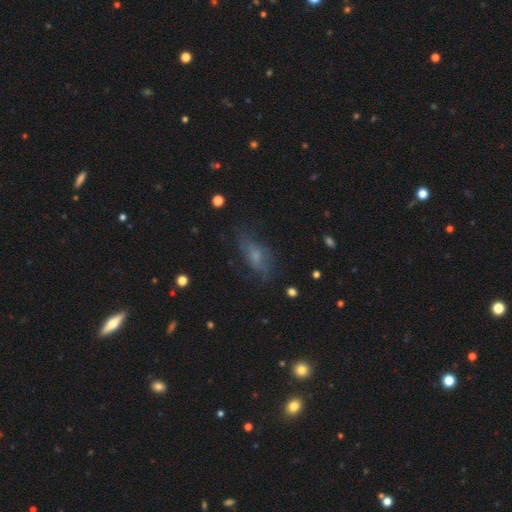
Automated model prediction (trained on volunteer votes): Smooth or featured? smooth (51%)
How rounded? in between (76%)
Merging? none (61%)